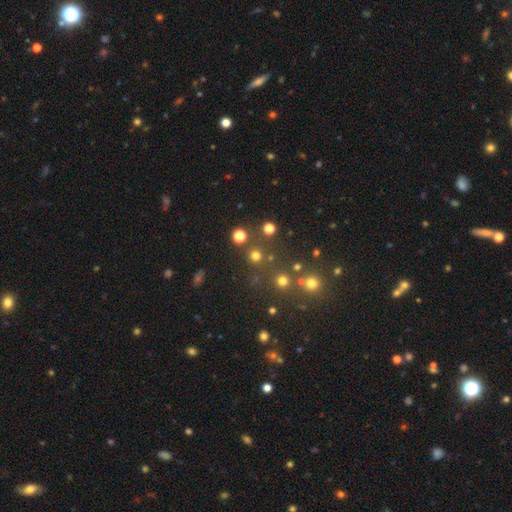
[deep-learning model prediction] Smooth or featured? Predicted: smooth (p=0.70). How rounded? Predicted: round (p=0.94). Merging? Predicted: none (p=0.81).